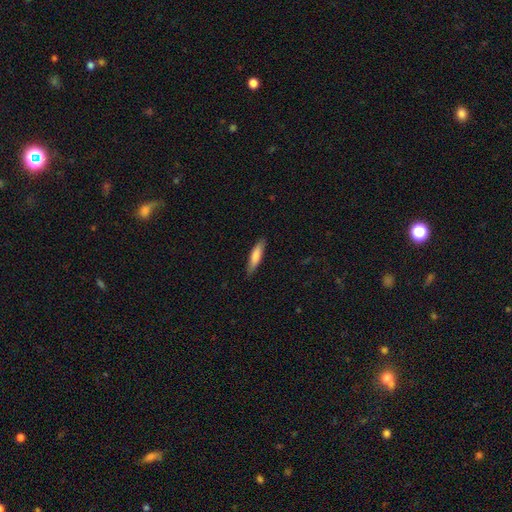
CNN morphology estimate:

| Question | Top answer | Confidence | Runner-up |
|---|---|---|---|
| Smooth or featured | smooth | 78% | featured or disk (16%) |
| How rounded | cigar-shaped | 77% | in between (22%) |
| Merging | none | 86% | minor disturbance (11%) |